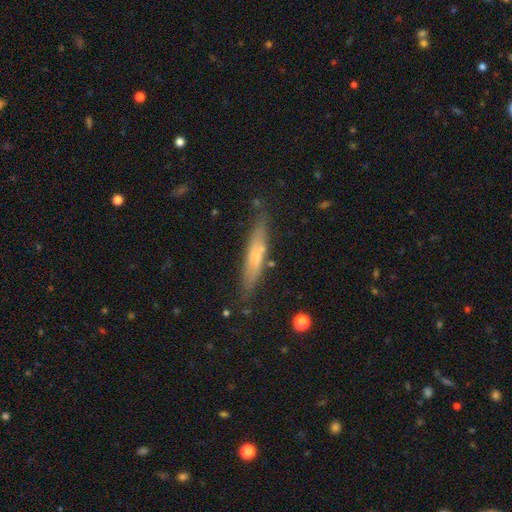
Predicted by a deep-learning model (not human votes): smooth-or-featured: smooth: 53% | featured or disk: 40% | star or artifact: 7%
  how-rounded: cigar-shaped: 86% | in between: 12% | round: 2%
  merging: none: 79% | minor disturbance: 14% | merger: 3% | major disturbance: 3%